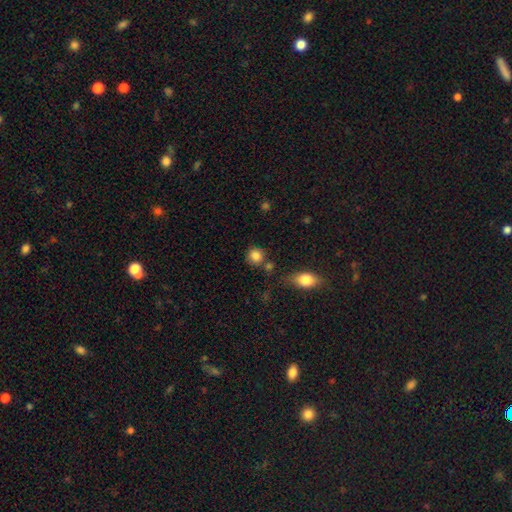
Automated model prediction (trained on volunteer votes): Smooth or featured? smooth (85%)
How rounded? round (87%)
Merging? none (73%)